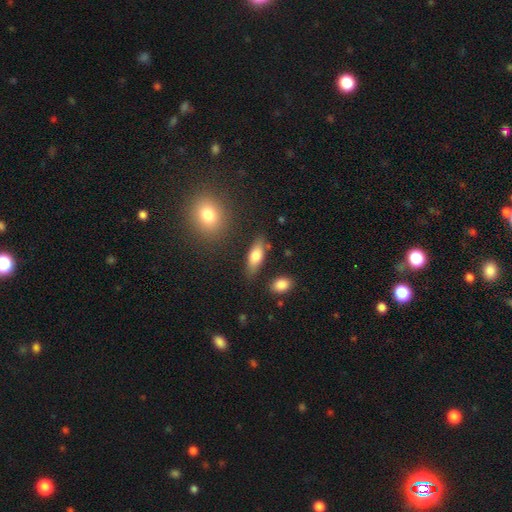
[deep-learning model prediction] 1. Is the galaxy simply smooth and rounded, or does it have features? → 74% smooth, 19% featured or disk, 7% star or artifact.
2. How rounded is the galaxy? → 72% in between, 25% cigar-shaped, 3% round.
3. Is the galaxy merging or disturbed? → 77% none, 14% minor disturbance, 5% merger, 4% major disturbance.